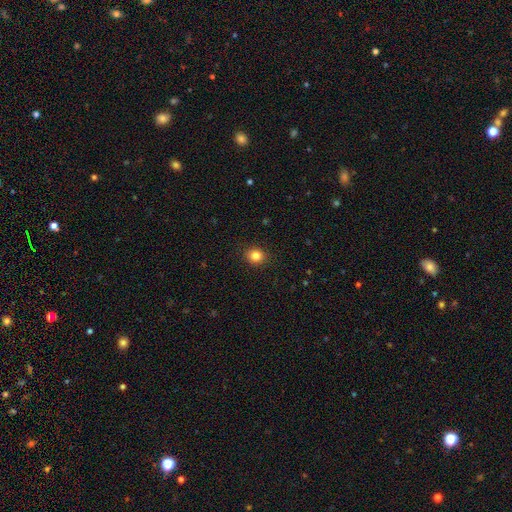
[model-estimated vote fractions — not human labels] Morphology: type=smooth (83%); roundness=round (79%); merging=none (90%).